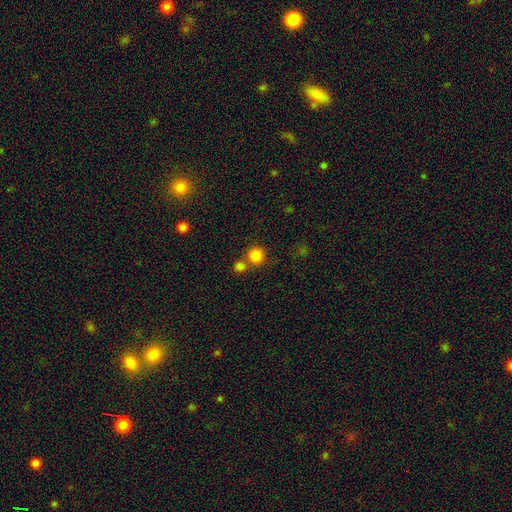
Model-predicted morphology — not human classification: Q: Smooth or featured?
A: smooth (83%); runner-up: star or artifact (12%)
Q: How rounded?
A: round (92%); runner-up: in between (7%)
Q: Merging?
A: none (64%); runner-up: merger (26%)